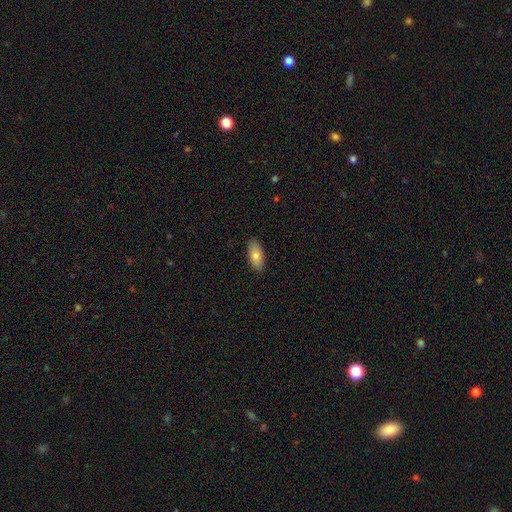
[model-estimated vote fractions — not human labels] A smooth galaxy with no disk features (75%) that is in between round and cigar-shaped (88%). Merging: none (89%).